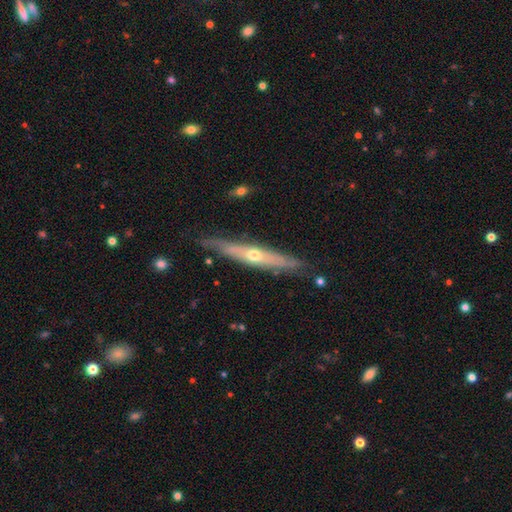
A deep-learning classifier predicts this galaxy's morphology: Overall: featured or disk (70%). Edge-on disk: yes (87%). Edge-on bulge: rounded (82%). Merging: none (82%).